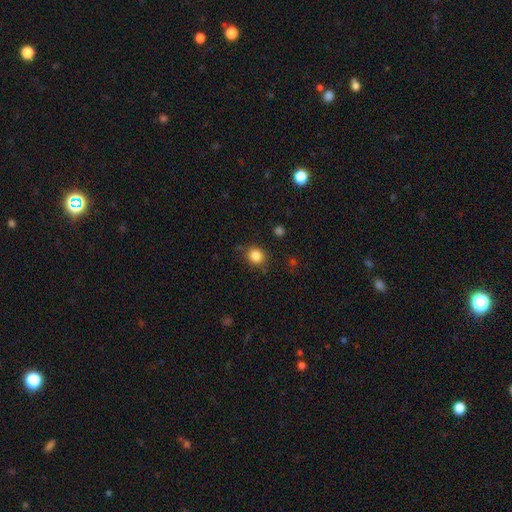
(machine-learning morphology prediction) Q: Smooth or featured?
A: smooth (84%); runner-up: star or artifact (11%)
Q: How rounded?
A: round (82%); runner-up: in between (17%)
Q: Merging?
A: none (82%); runner-up: minor disturbance (12%)